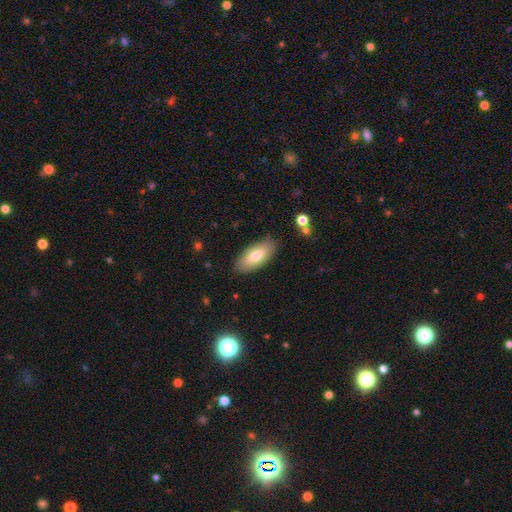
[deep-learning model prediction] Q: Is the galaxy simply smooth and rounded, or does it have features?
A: smooth — 73%.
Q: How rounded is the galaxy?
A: in between — 87%.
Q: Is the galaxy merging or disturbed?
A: none — 86%.